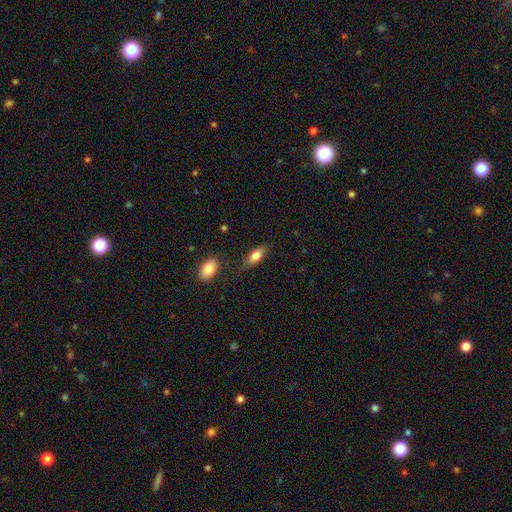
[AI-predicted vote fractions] smooth_or_featured: smooth (p=0.74) [alt: featured or disk p=0.19]
how_rounded: in between (p=0.75) [alt: cigar-shaped p=0.21]
merging: none (p=0.72) [alt: minor disturbance p=0.19]